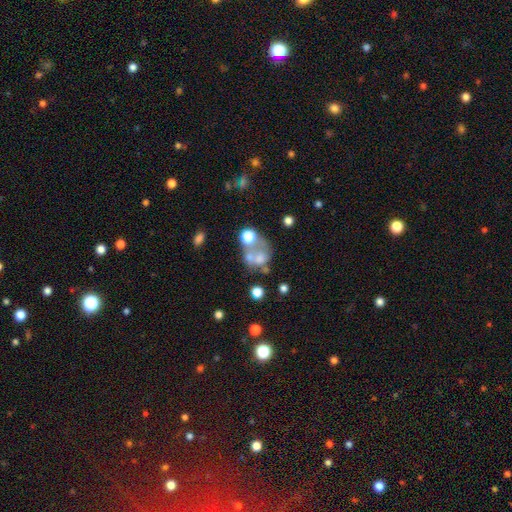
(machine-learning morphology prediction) Smooth or featured: smooth — 49% (featured or disk — 34%)
Merging: merger — 43% (none — 25%)